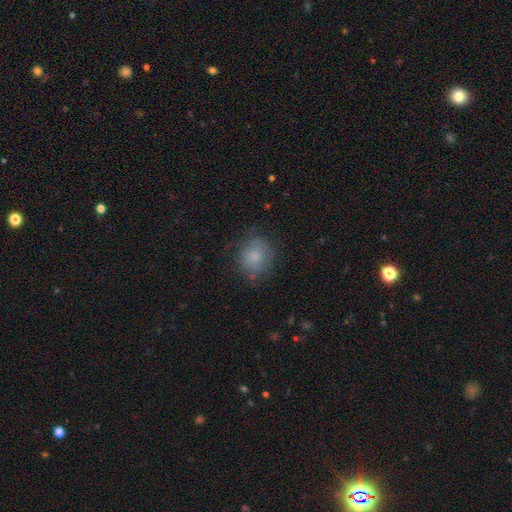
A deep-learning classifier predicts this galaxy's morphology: Smooth or featured? smooth (78%)
How rounded? round (75%)
Merging? none (74%)